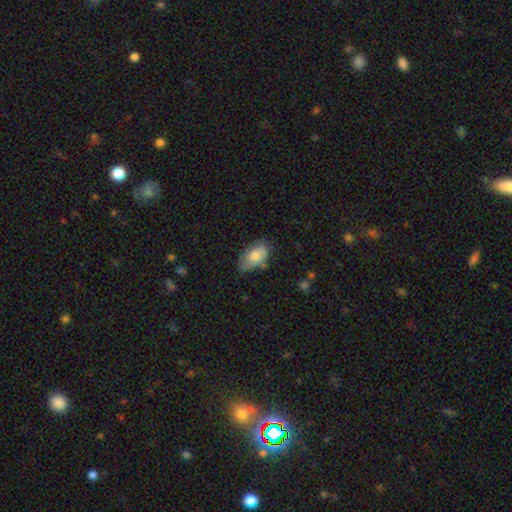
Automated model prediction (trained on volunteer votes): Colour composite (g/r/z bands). It shows a smooth galaxy with no disk features (77%) that is in between round and cigar-shaped (92%). Merging: none (53%).